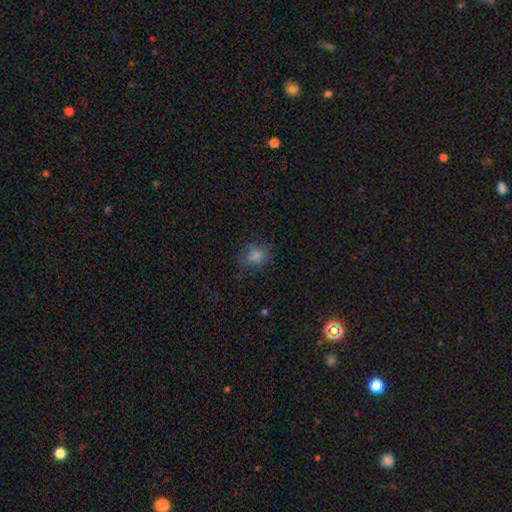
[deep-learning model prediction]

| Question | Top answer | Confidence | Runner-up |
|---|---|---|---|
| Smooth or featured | smooth | 80% | star or artifact (12%) |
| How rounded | round | 65% | in between (34%) |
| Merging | none | 68% | minor disturbance (21%) |